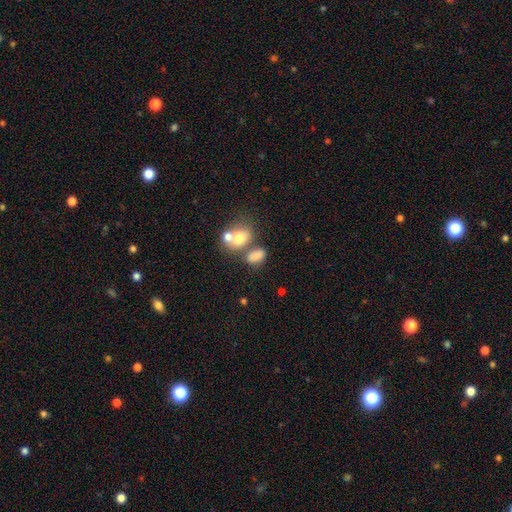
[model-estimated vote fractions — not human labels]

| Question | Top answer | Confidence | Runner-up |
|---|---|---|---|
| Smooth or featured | smooth | 77% | featured or disk (12%) |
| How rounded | in between | 76% | round (22%) |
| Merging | none | 40% | tied: merger (40%) |